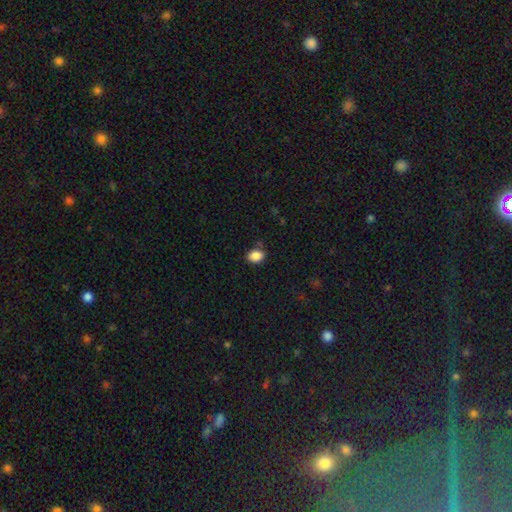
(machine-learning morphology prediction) Smooth or featured? smooth (87%)
How rounded? in between (71%)
Merging? none (81%)